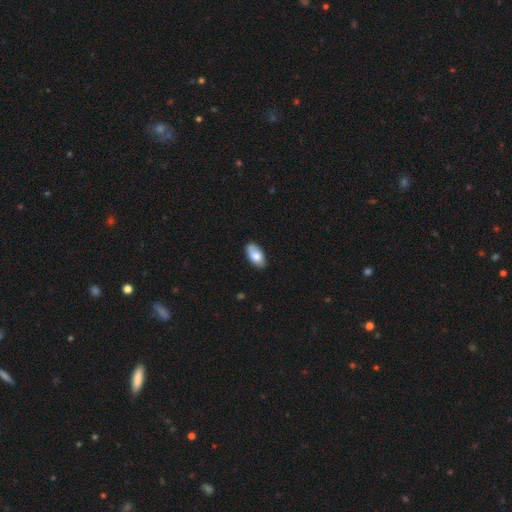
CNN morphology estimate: type=smooth (78%); roundness=in between (94%); merging=none (79%).